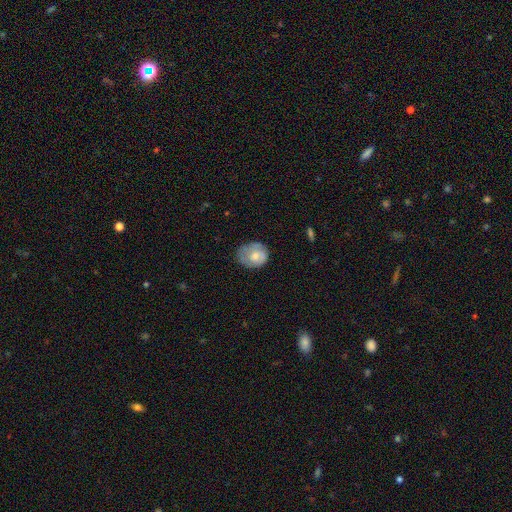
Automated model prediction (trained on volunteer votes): Q: Smooth or featured?
A: smooth (60%); runner-up: featured or disk (33%)
Q: How rounded?
A: round (62%); runner-up: in between (37%)
Q: Merging?
A: none (56%); runner-up: minor disturbance (31%)